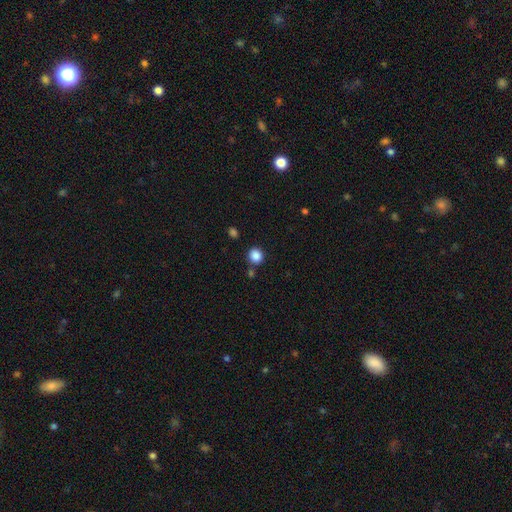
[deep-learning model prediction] smooth_or_featured: smooth (p=0.87) [alt: star or artifact p=0.10]
how_rounded: round (p=0.84) [alt: in between p=0.15]
merging: none (p=0.81) [alt: minor disturbance p=0.09]